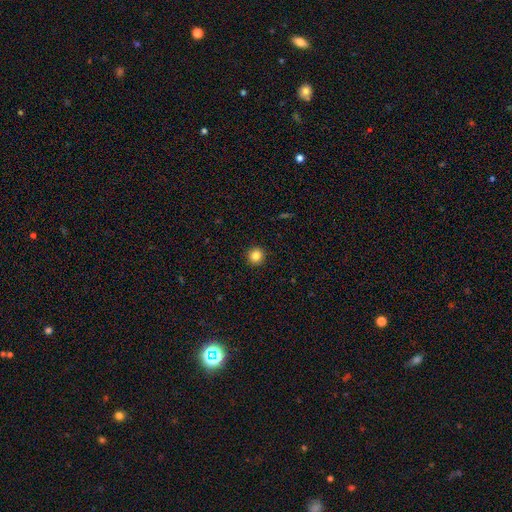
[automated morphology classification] Smooth or featured?
  - smooth: 84% *
  - star or artifact: 11%
  - featured or disk: 5%
How rounded?
  - round: 95% *
  - in between: 4%
  - cigar-shaped: 1%
Merging?
  - none: 93% *
  - minor disturbance: 4%
  - major disturbance: 2%
  - merger: 1%